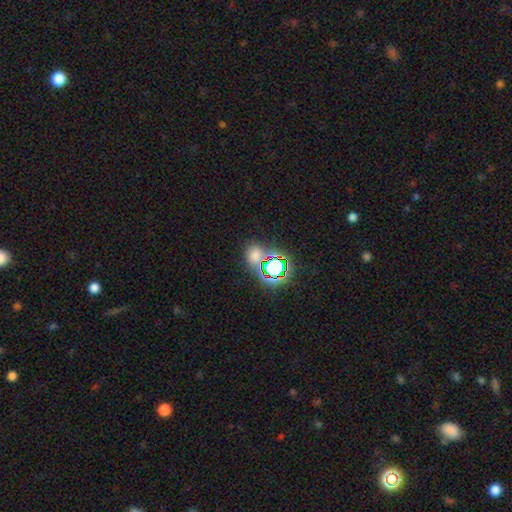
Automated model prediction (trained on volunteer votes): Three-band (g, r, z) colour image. It shows a smooth galaxy with no disk features (53%) that is round (60%). Merging: none (67%).